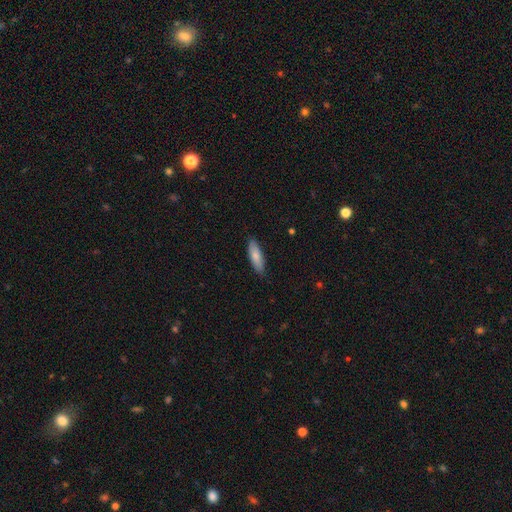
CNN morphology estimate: Smooth or featured?
  - smooth: 80% *
  - featured or disk: 14%
  - star or artifact: 6%
How rounded?
  - in between: 51% *
  - cigar-shaped: 48%
  - round: 2%
Merging?
  - none: 86% *
  - minor disturbance: 11%
  - major disturbance: 2%
  - merger: 1%